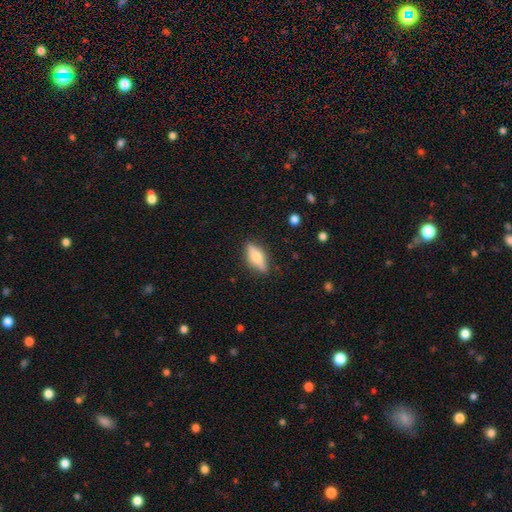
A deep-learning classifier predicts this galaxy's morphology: smooth-or-featured: smooth: 48% | featured or disk: 45% | star or artifact: 7%
  merging: none: 85% | minor disturbance: 11% | major disturbance: 3% | merger: 1%